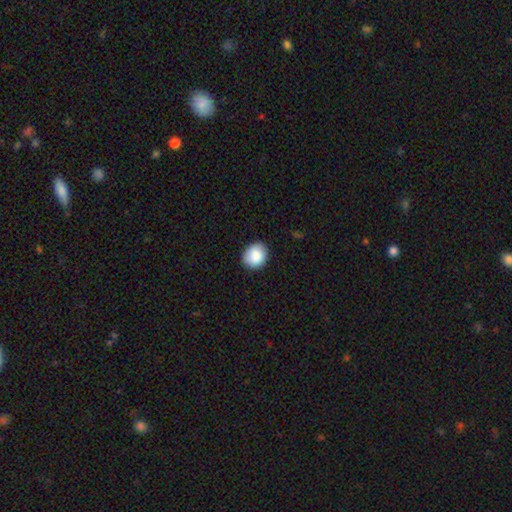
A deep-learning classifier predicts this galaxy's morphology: Smooth or featured?
  - smooth: 88% *
  - star or artifact: 7%
  - featured or disk: 5%
How rounded?
  - round: 62% *
  - in between: 37%
  - cigar-shaped: 1%
Merging?
  - none: 87% *
  - minor disturbance: 11%
  - major disturbance: 2%
  - merger: 1%